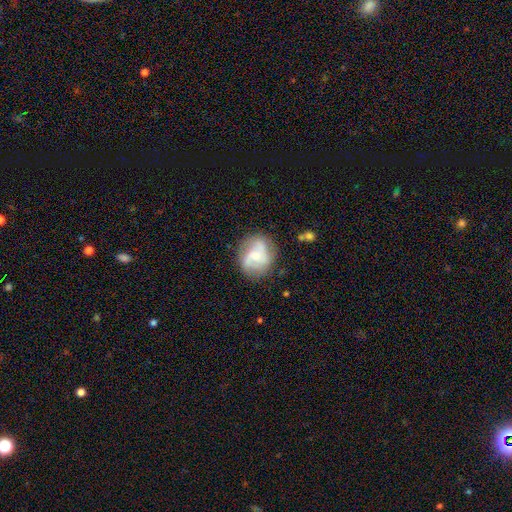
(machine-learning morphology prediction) smooth-or-featured: featured or disk: 64% | smooth: 29% | star or artifact: 7%
  disk-edge-on: no: 97% | yes: 3%
    bar: no: 54% | weak: 37% | strong: 10%
    has-spiral-arms: yes: 84% | no: 16%
      spiral-winding: medium: 43% | loose: 37% | tight: 20%
      spiral-arm-count: 2: 66% | can't tell: 15% | 3: 10% | 1: 4% | 4: 2% | more than 4: 2%
    bulge-size: small: 50% | moderate: 43% | none: 3% | large: 3% | dominant: 1%
  merging: none: 70% | minor disturbance: 19% | major disturbance: 9% | merger: 3%